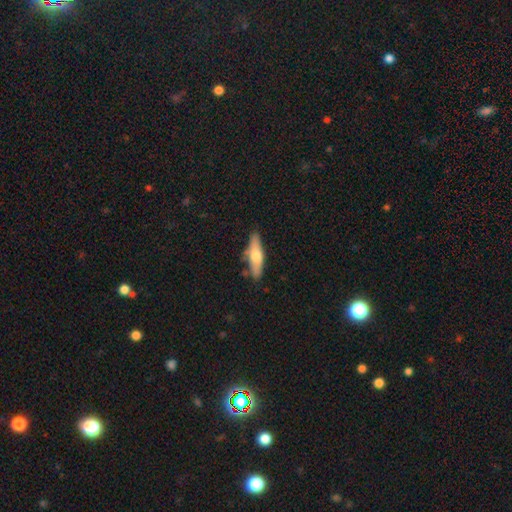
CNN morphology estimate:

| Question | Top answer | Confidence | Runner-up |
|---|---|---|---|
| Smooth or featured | smooth | 55% | featured or disk (39%) |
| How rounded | cigar-shaped | 64% | in between (34%) |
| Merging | none | 80% | minor disturbance (14%) |